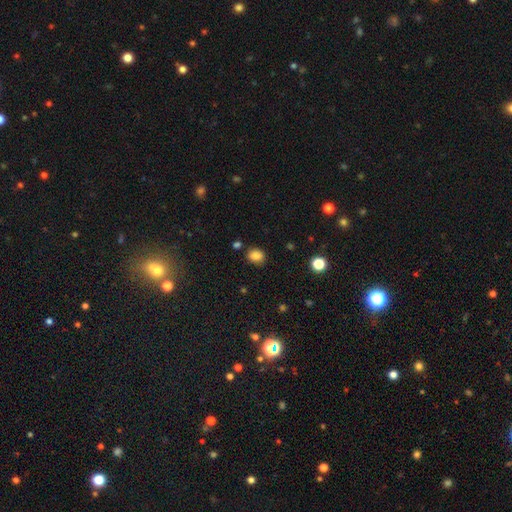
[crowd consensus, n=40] smooth_or_featured: smooth (p=0.82) [alt: star or artifact p=0.12]
how_rounded: round (p=0.58) [alt: in between p=0.42]
merging: none (p=0.94) [alt: minor disturbance p=0.03]